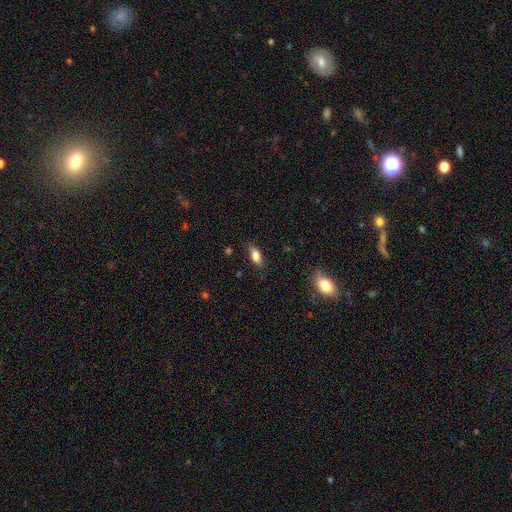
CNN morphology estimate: This appears to be a smooth galaxy with no disk features (79%) that is in between round and cigar-shaped (81%). Merging: none (76%).